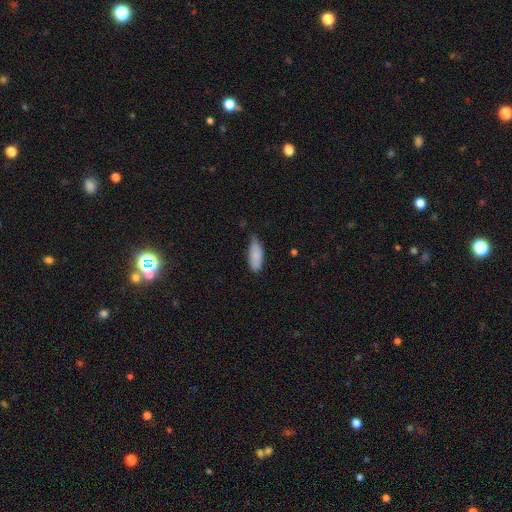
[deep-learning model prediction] This is clearly a smooth galaxy (85%). How rounded: likely in between (79%). Merging: possibly none (53%).